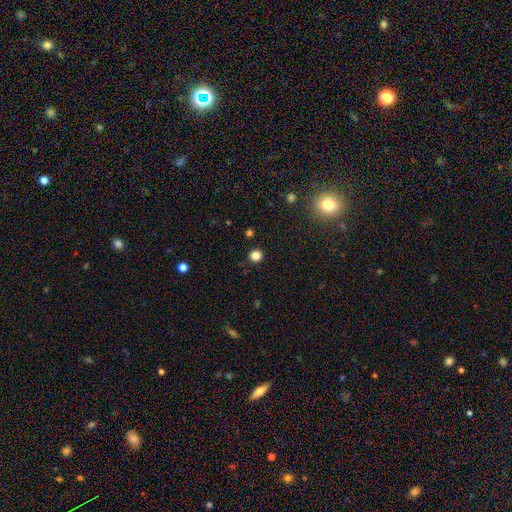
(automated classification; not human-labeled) This appears to be a smooth galaxy with no disk features (83%) that is round (92%). Merging: none (91%).